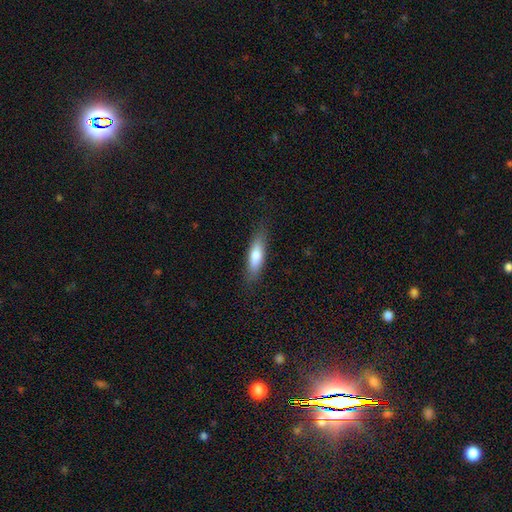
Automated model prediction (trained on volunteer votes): The model was most divided on "how rounded": cigar-shaped: 59%, in between: 39%, round: 2%. More confident: merging — none (81%); smooth or featured — smooth (74%).